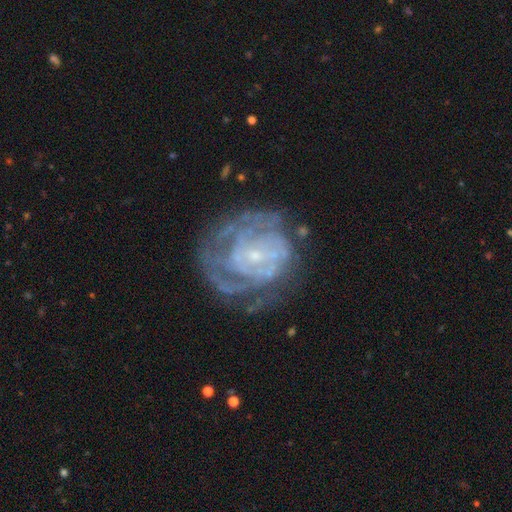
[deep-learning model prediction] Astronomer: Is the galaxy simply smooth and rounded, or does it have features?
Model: featured or disk — 81%.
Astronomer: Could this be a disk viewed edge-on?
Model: no — 98%.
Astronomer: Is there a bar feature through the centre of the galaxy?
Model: no — 63%.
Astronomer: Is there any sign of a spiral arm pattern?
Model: yes — 81%.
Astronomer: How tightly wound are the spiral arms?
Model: tight — 68%.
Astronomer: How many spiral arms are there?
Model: can't tell — 49%.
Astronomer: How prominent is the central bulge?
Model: small — 77%.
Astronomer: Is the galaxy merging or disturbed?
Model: none — 58%.